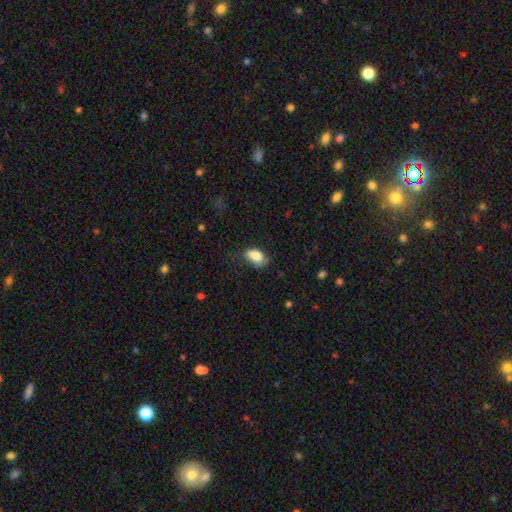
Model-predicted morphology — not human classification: This is clearly a smooth galaxy (84%). How rounded: clearly in between (90%). Merging: likely none (62%).